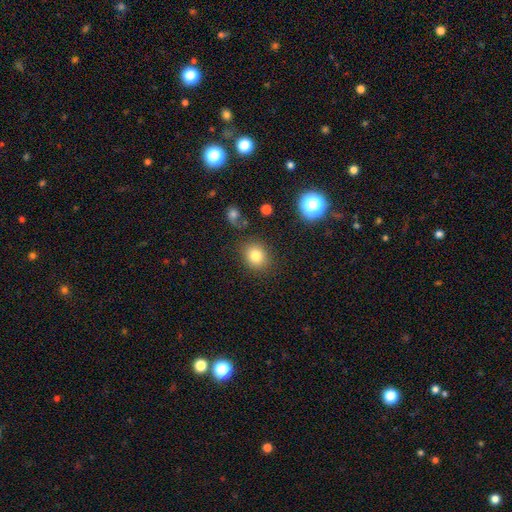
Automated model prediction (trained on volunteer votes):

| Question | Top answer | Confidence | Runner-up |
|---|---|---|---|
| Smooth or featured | smooth | 79% | star or artifact (12%) |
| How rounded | round | 71% | in between (28%) |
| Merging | none | 84% | minor disturbance (10%) |